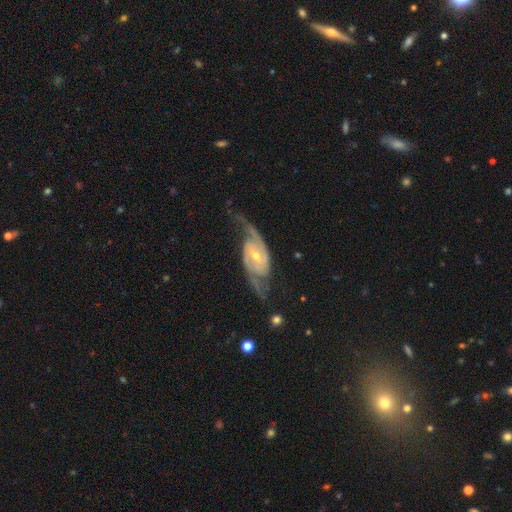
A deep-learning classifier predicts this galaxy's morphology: featured or disk 90%, star or artifact 5%, smooth 5%. Down the decision tree: edge-on disk — no (94%); bar — weak (41%); spiral arms — yes (97%); spiral arm count — 2 (90%); spiral winding — medium (46%); bulge size — small (56%); merging — none (68%).